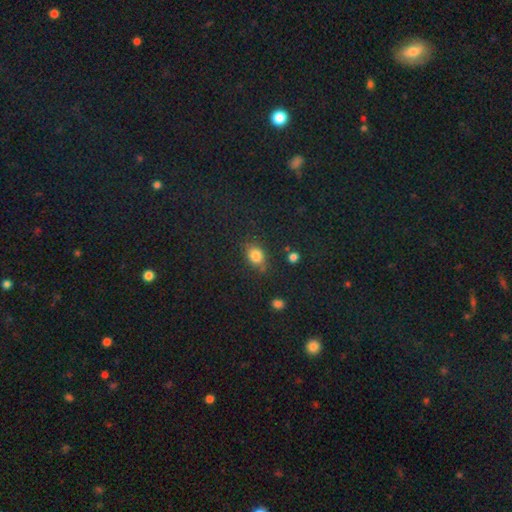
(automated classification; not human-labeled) This appears to be a smooth galaxy with no disk features (79%) that is in between round and cigar-shaped (52%). Merging: none (73%).